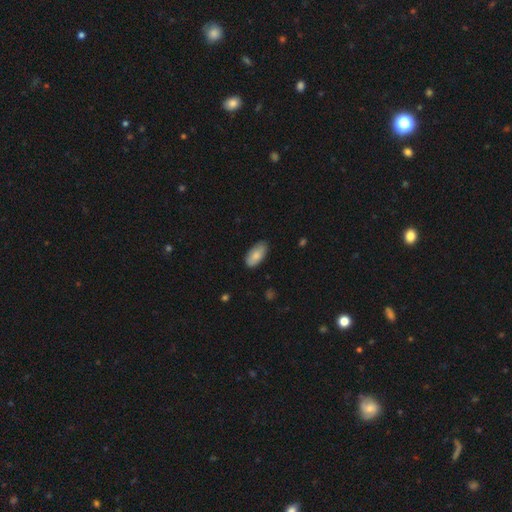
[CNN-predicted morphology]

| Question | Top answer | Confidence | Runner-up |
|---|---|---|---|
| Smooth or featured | smooth | 83% | featured or disk (11%) |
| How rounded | in between | 93% | cigar-shaped (5%) |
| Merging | none | 78% | minor disturbance (18%) |